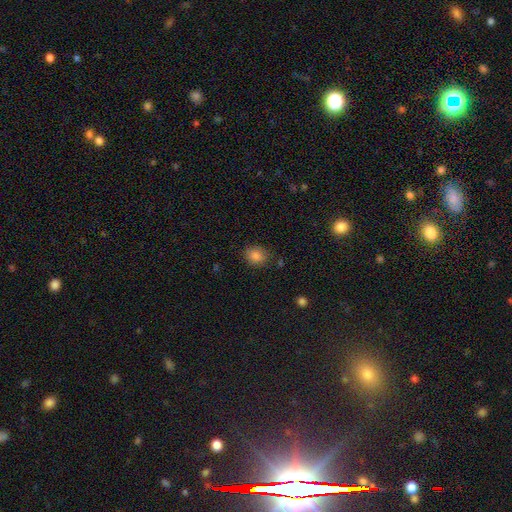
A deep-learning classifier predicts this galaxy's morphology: This appears to be a smooth galaxy with no disk features (83%) that is in between round and cigar-shaped (51%). Merging: none (79%).